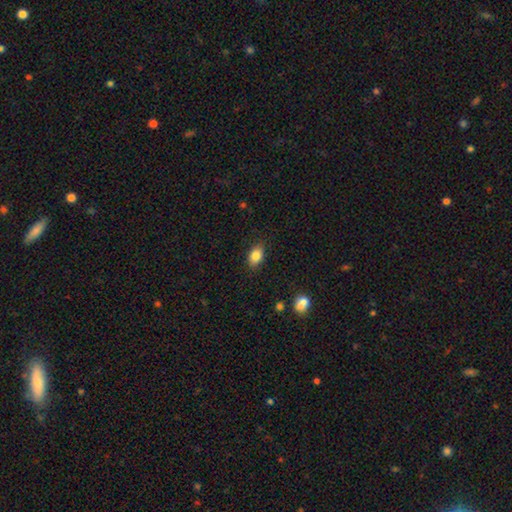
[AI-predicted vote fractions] This appears to be a smooth galaxy with no disk features (84%) that is in between round and cigar-shaped (84%). Merging: none (85%).